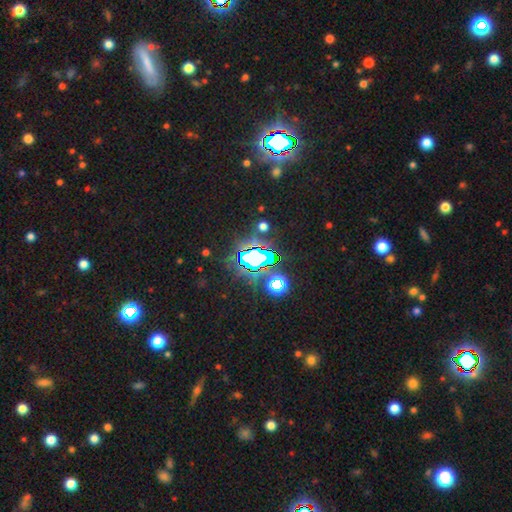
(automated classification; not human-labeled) The model was most divided on "smooth or featured": star or artifact: 72%, smooth: 16%, featured or disk: 11%.